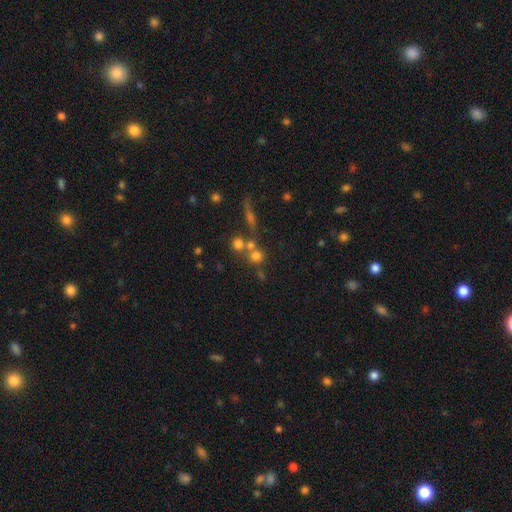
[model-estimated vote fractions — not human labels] This is likely a smooth galaxy (67%). How rounded: clearly round (87%). Merging: possibly none (50%).